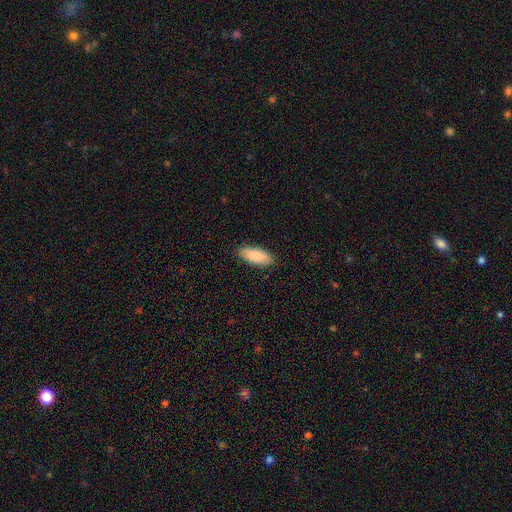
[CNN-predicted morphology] Smooth or featured: smooth — 88% (featured or disk — 6%)
How rounded: in between — 80% (cigar-shaped — 18%)
Merging: none — 88% (minor disturbance — 9%)